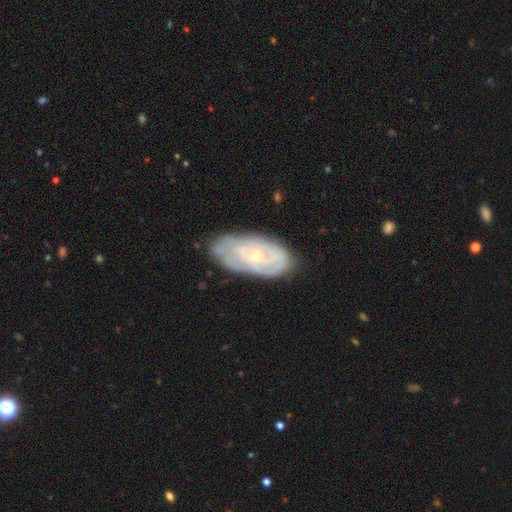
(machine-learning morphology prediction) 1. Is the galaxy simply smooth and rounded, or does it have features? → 69% featured or disk, 25% smooth, 6% star or artifact.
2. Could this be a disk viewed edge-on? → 93% no, 7% yes.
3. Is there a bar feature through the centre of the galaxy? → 75% no, 21% weak, 4% strong.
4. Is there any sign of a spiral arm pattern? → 74% yes, 26% no.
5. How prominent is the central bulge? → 70% small, 26% moderate, 2% none, 1% large, 1% dominant.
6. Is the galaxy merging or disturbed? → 71% none, 22% minor disturbance, 5% major disturbance, 2% merger.